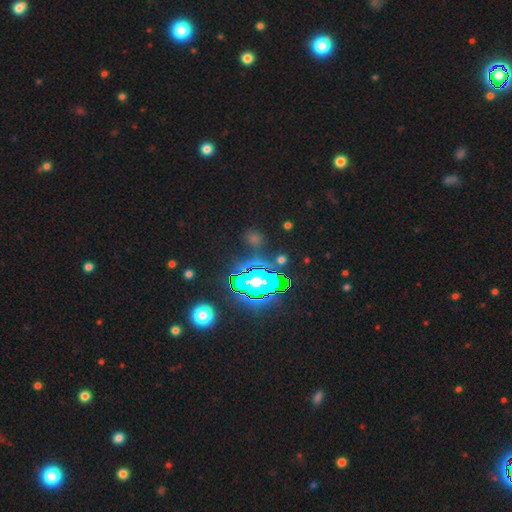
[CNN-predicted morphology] Smooth or featured: star or artifact — 83% (smooth — 10%)